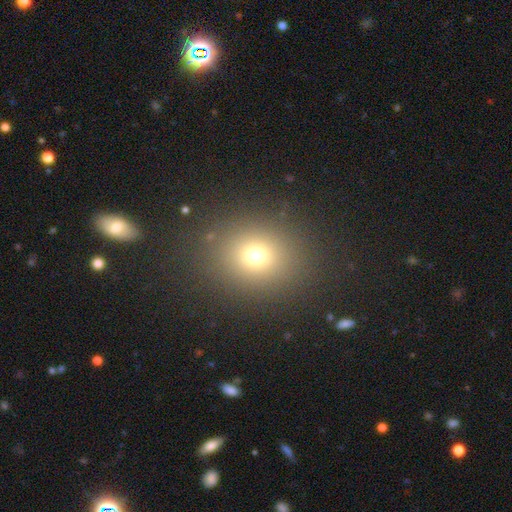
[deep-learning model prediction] Overall: smooth (71%). How rounded: round (72%). Merging: none (87%).